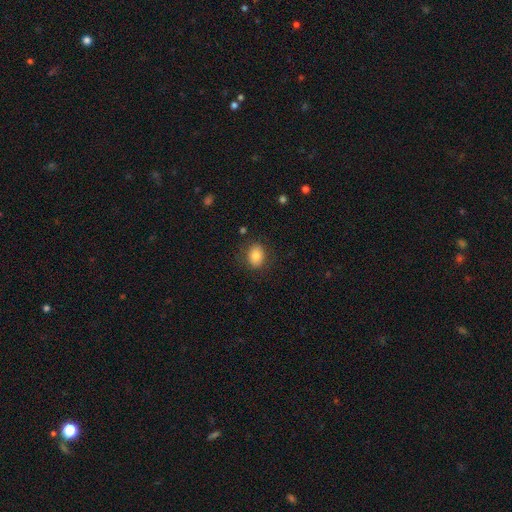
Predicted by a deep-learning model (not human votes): Smooth or featured? Predicted: smooth (p=0.80). How rounded? Predicted: in between (p=0.57). Merging? Predicted: none (p=0.83).